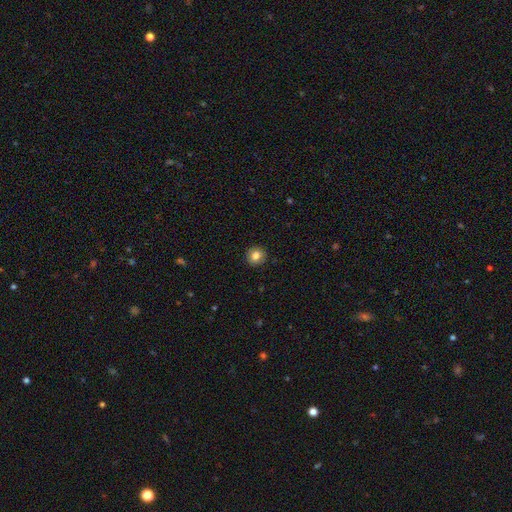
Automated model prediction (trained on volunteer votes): Morphology: type=smooth (82%); roundness=round (90%); merging=none (91%).